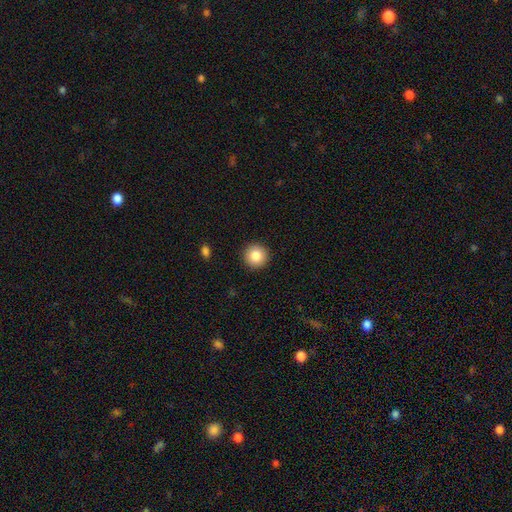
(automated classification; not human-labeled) Morphology: type=smooth (84%); roundness=round (95%); merging=none (92%).